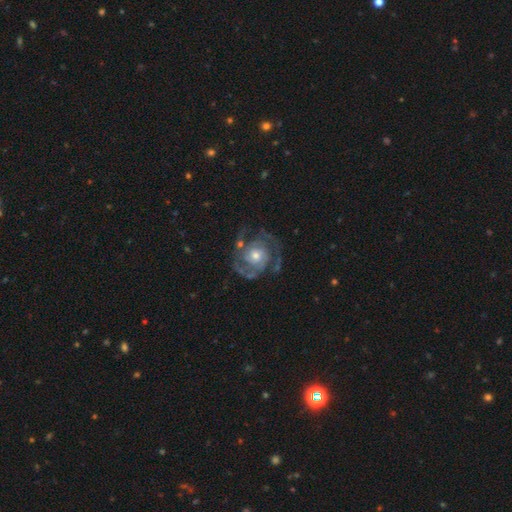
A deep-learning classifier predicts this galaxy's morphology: A featured or disk galaxy (89%) with no bar (75%), 2 (64%) tight (51%) spiral arms (96%) and a moderate central bulge (54%).

Vote fractions:
- Smooth or featured? featured or disk: 89% / smooth: 6% / star or artifact: 5%
- Edge-on disk? no: 98% / yes: 2%
- Bar? no: 75% / weak: 19% / strong: 5%
- Spiral arms? yes: 96% / no: 4%
- Spiral winding? tight: 51% / medium: 40% / loose: 9%
- Spiral arm count? 2: 64% / 3: 15% / can't tell: 10% / 4: 4% / 1: 4% / more than 4: 3%
- Bulge size? moderate: 54% / small: 39% / large: 5% / none: 1% / dominant: 1%
- Merging? none: 68% / minor disturbance: 17% / major disturbance: 12% / merger: 3%